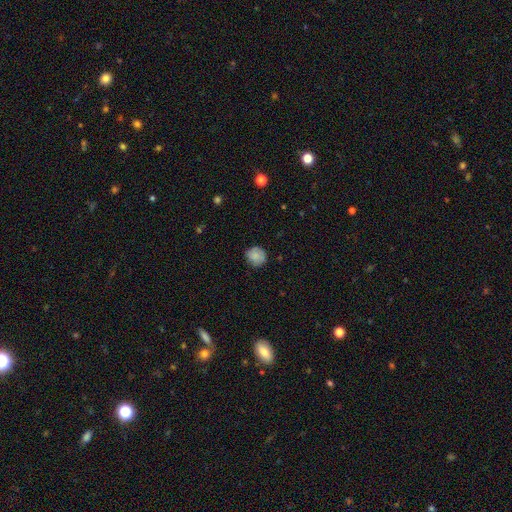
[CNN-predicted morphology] smooth_or_featured: smooth (p=0.77) [alt: featured or disk p=0.15]
how_rounded: round (p=0.85) [alt: in between p=0.14]
merging: none (p=0.77) [alt: minor disturbance p=0.18]